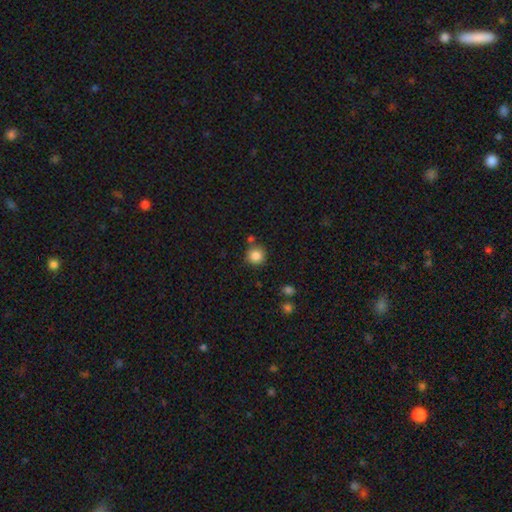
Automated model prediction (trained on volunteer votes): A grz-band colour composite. It shows a smooth galaxy with no disk features (84%) that is round (93%). Merging: none (79%).